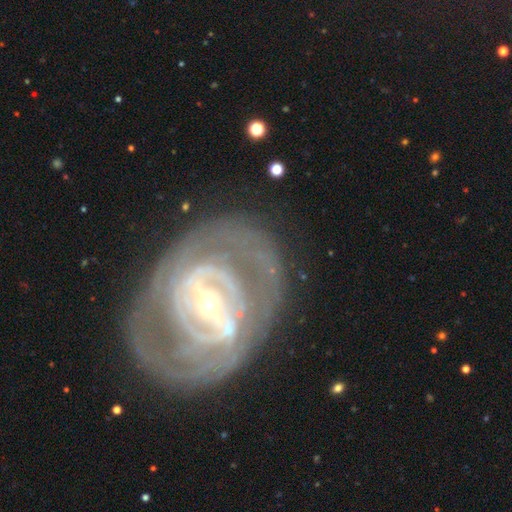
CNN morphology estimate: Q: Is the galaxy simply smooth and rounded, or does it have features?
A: featured or disk — 84%.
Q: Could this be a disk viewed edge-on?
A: no — 95%.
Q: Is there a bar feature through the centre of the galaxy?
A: strong — 47%.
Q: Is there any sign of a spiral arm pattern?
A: yes — 75%.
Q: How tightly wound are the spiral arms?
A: tight — 68%.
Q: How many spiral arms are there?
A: can't tell — 40%.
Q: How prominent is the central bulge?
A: small — 62%.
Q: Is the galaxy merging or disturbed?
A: none — 73%.